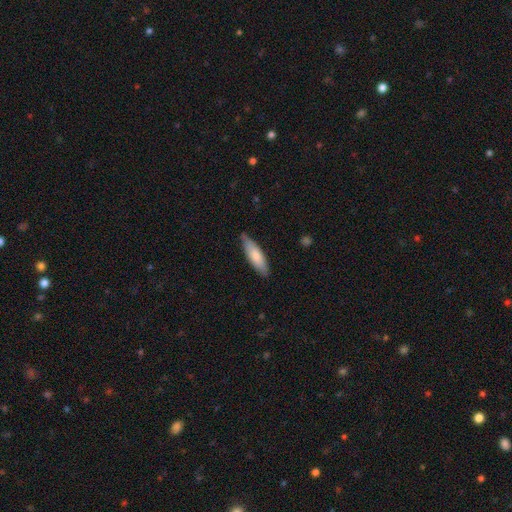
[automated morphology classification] Overall: smooth (75%). How rounded: cigar-shaped (59%; in between 40%). Merging: none (79%).